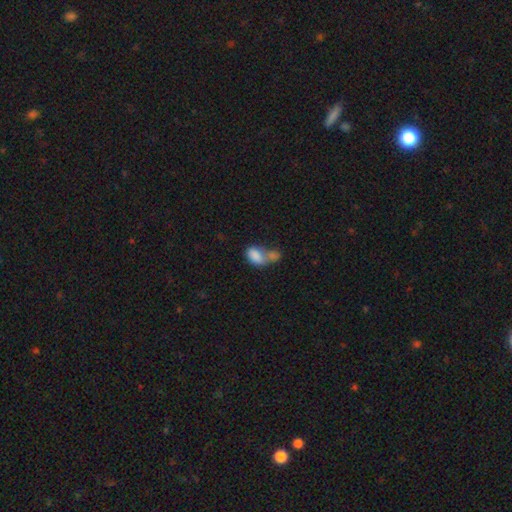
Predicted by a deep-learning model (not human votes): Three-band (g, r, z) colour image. It shows a smooth galaxy with no disk features (81%) that is in between round and cigar-shaped (88%). Merging: merger (65%).